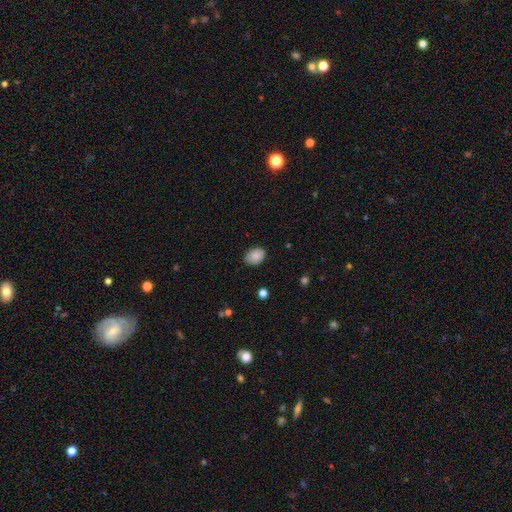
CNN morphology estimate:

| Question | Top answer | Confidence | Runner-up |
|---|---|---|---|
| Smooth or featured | smooth | 86% | star or artifact (8%) |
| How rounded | in between | 72% | round (27%) |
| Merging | none | 82% | minor disturbance (15%) |